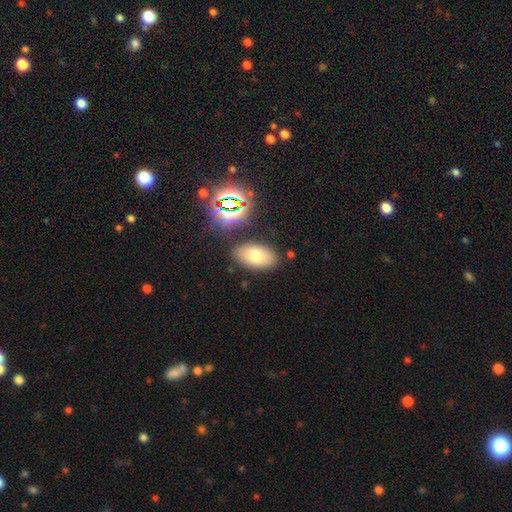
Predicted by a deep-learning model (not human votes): A smooth galaxy with no disk features (69%) that is in between round and cigar-shaped (92%).

Vote fractions:
- Smooth or featured? smooth: 69% / featured or disk: 17% / star or artifact: 14%
- How rounded? in between: 92% / round: 7% / cigar-shaped: 2%
- Merging? none: 82% / minor disturbance: 10% / merger: 4% / major disturbance: 3%